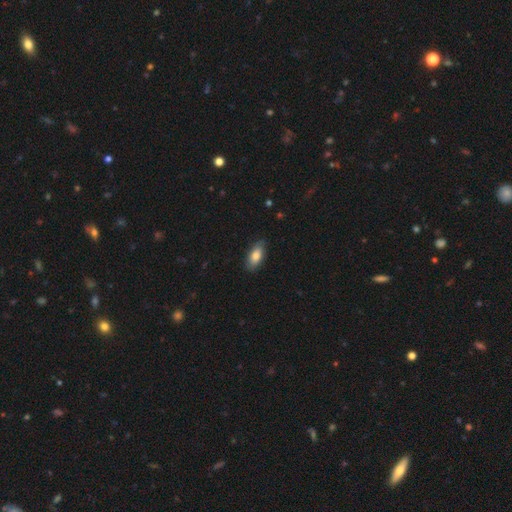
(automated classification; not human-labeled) Morphology: type=smooth (81%); roundness=in between (87%); merging=none (83%).